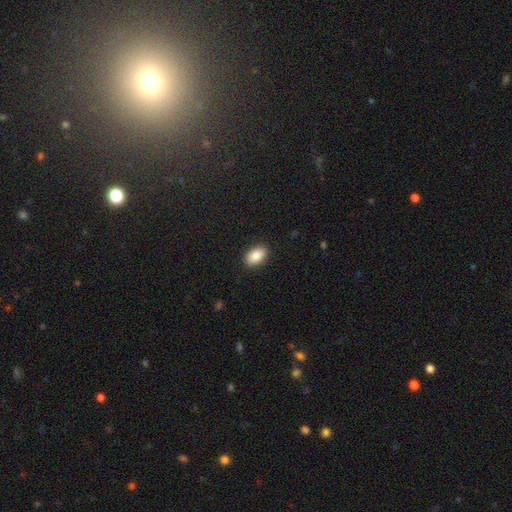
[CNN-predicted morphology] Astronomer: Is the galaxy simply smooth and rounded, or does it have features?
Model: smooth — 87%.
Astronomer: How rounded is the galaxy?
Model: in between — 92%.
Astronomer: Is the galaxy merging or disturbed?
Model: none — 90%.